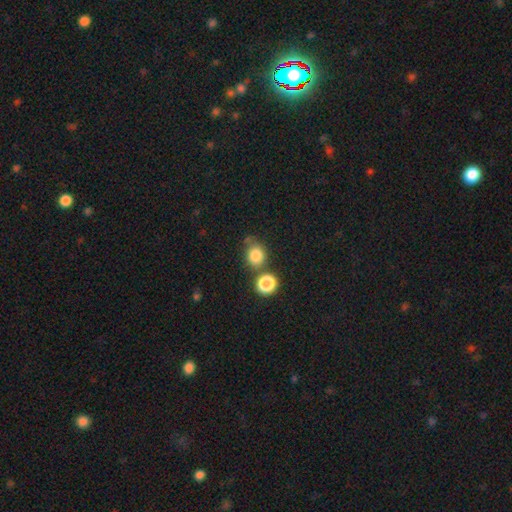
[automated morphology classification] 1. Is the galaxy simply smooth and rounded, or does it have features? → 82% smooth, 12% star or artifact, 6% featured or disk.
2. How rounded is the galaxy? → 72% round, 27% in between, 1% cigar-shaped.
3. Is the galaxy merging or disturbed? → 62% none, 19% merger, 14% minor disturbance, 5% major disturbance.